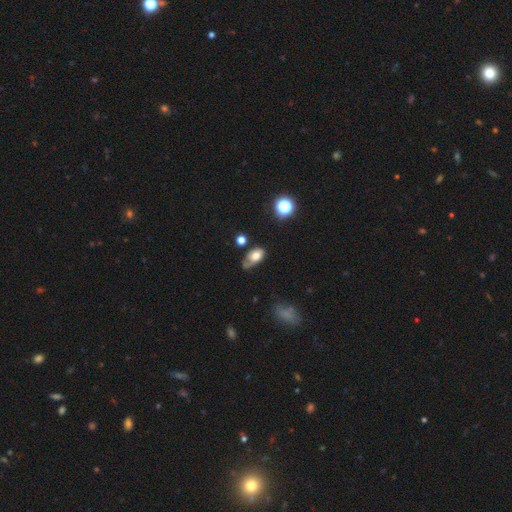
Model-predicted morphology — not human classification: Overall: smooth (66%). How rounded: in between (88%). Merging: minor disturbance (36%; none 34%).